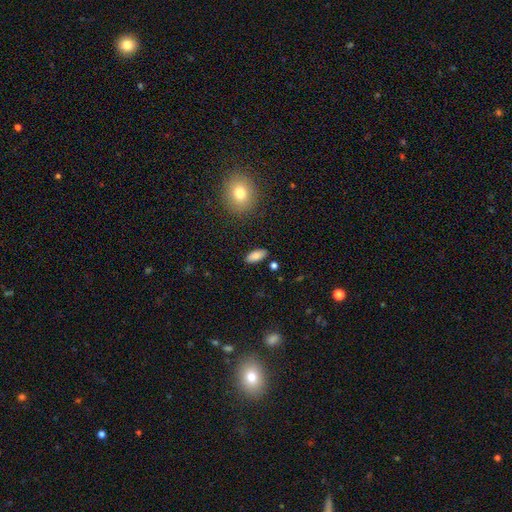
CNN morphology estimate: Q: Smooth or featured?
A: smooth (83%); runner-up: featured or disk (9%)
Q: How rounded?
A: in between (85%); runner-up: cigar-shaped (12%)
Q: Merging?
A: none (86%); runner-up: minor disturbance (9%)